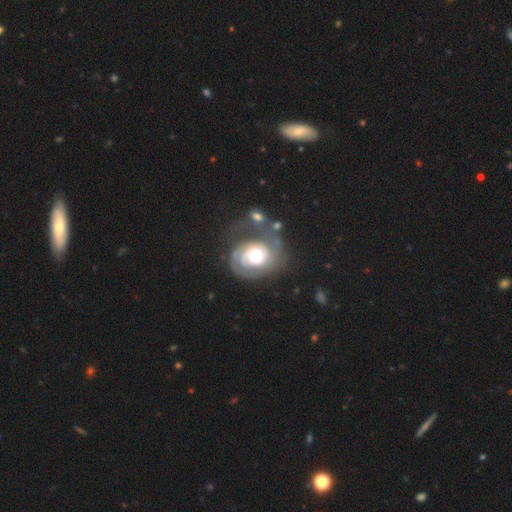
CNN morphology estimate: Overall: featured or disk (82%). Edge-on disk: no (98%). Bar: no (73%). Spiral arms: yes (91%). Spiral arm count: 2 (50%; can't tell 19%). Spiral winding: tight (63%; medium 27%). Bulge size: moderate (52%; large 36%). Merging: none (44%; major disturbance 22%).